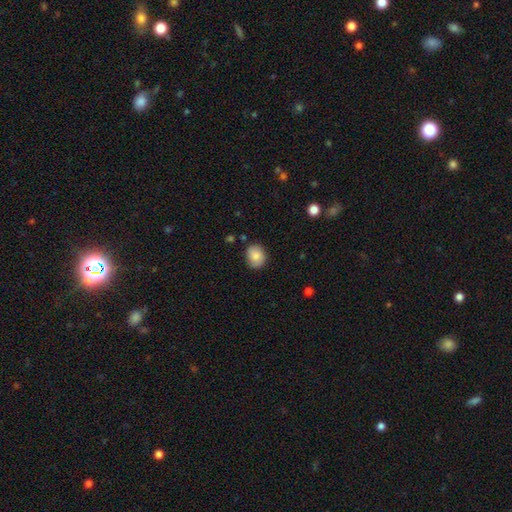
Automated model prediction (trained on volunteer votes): Smooth or featured? Predicted: smooth (p=0.83). How rounded? Predicted: round (p=0.55). Merging? Predicted: none (p=0.80).